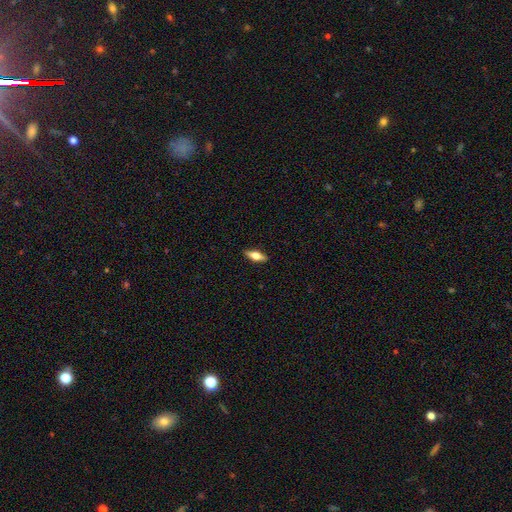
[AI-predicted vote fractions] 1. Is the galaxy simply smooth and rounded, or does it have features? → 57% smooth, 36% featured or disk, 7% star or artifact.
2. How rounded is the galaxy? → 62% in between, 35% cigar-shaped, 3% round.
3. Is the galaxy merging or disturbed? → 89% none, 8% minor disturbance, 2% major disturbance, 1% merger.